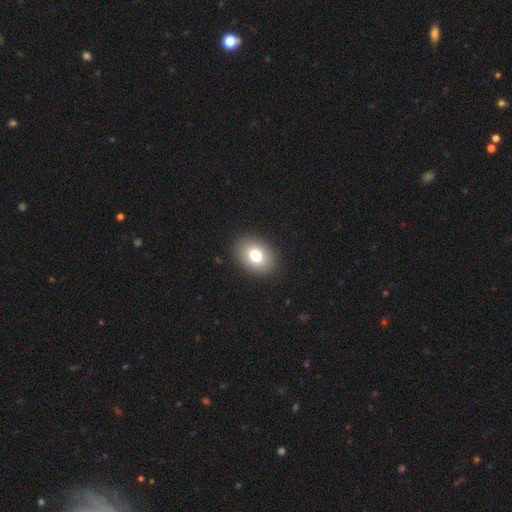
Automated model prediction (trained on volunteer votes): Q: Smooth or featured?
A: smooth (77%); runner-up: featured or disk (13%)
Q: How rounded?
A: in between (65%); runner-up: round (34%)
Q: Merging?
A: none (90%); runner-up: minor disturbance (6%)